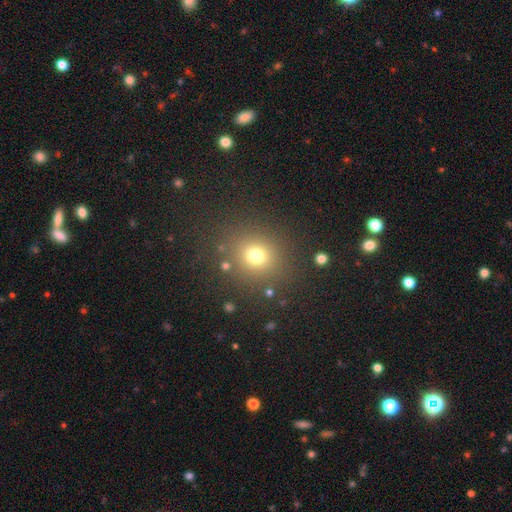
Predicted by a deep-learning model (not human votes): smooth 72%, star or artifact 20%, featured or disk 8%. Down the decision tree: how rounded — round (85%); merging — none (84%).